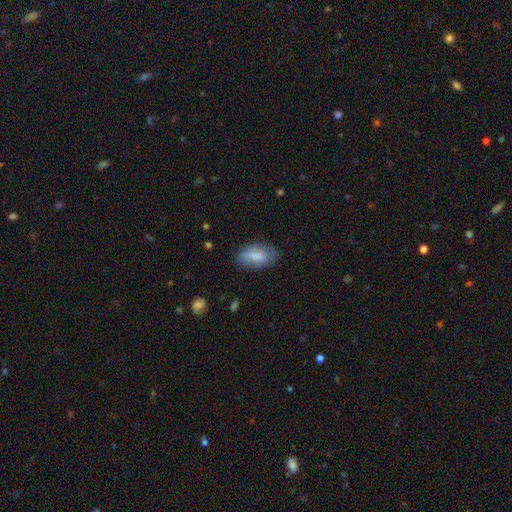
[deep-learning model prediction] The model was most divided on "merging": none: 70%, minor disturbance: 22%, major disturbance: 6%, merger: 2%. More confident: how rounded — in between (92%); smooth or featured — smooth (79%).